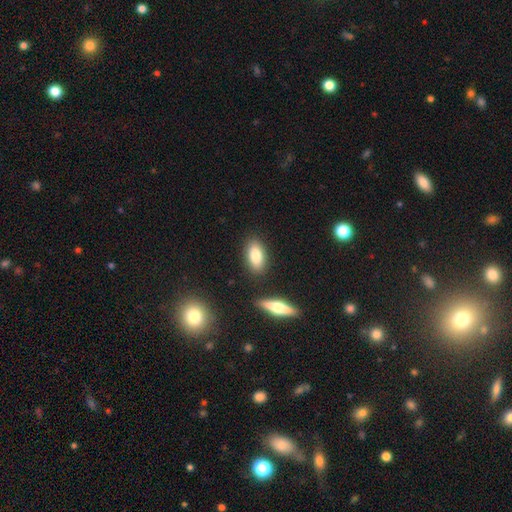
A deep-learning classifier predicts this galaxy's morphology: This is clearly a smooth galaxy (80%). How rounded: clearly in between (85%). Merging: clearly none (84%).